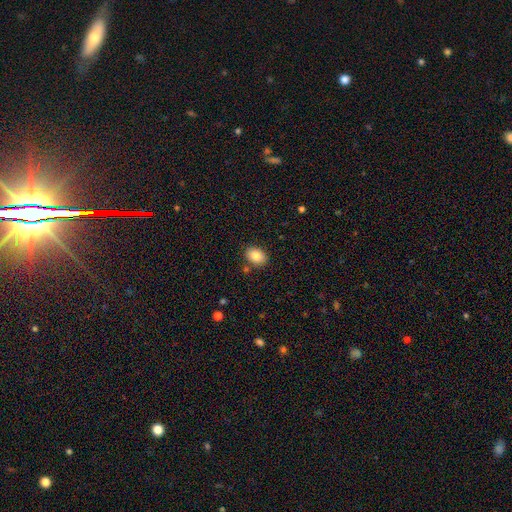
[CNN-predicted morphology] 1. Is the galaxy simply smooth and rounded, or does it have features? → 86% smooth, 8% star or artifact, 6% featured or disk.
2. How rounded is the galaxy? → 77% in between, 22% round, 1% cigar-shaped.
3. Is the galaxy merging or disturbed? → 84% none, 10% minor disturbance, 4% merger, 2% major disturbance.